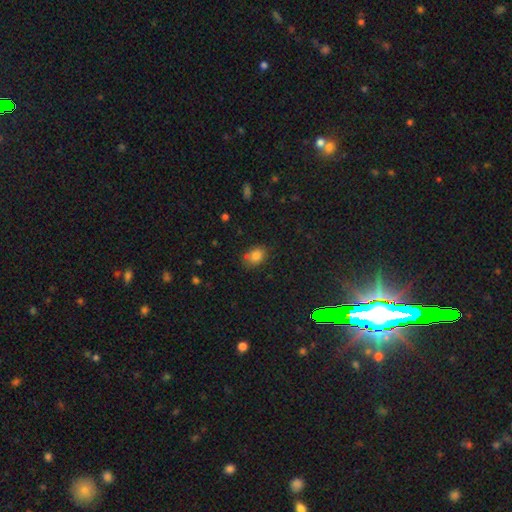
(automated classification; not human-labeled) Smooth or featured? Predicted: smooth (p=0.82). How rounded? Predicted: in between (p=0.69). Merging? Predicted: none (p=0.71).